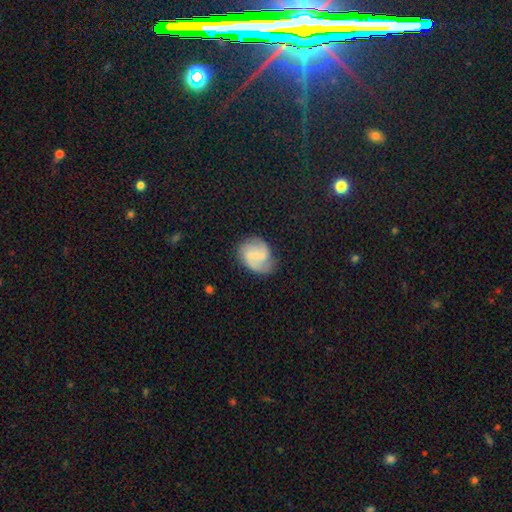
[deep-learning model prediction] featured or disk 68%, smooth 25%, star or artifact 7%. Down the decision tree: edge-on disk — no (98%); bar — weak (54%); spiral arms — yes (93%); spiral arm count — 2 (76%); spiral winding — medium (47%); bulge size — small (56%); merging — none (69%).